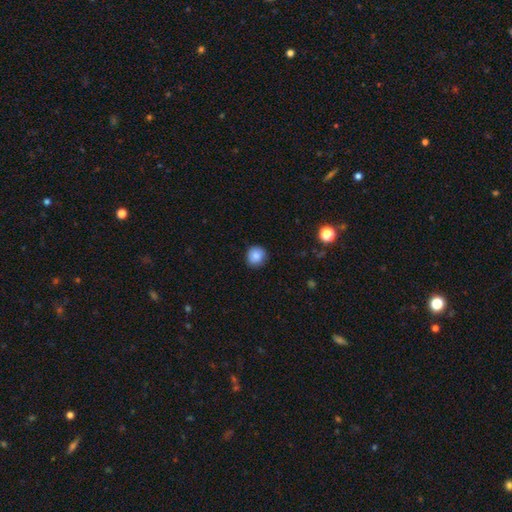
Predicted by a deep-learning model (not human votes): Smooth or featured: smooth — 86% (star or artifact — 9%)
How rounded: round — 90% (in between — 9%)
Merging: none — 88% (minor disturbance — 9%)